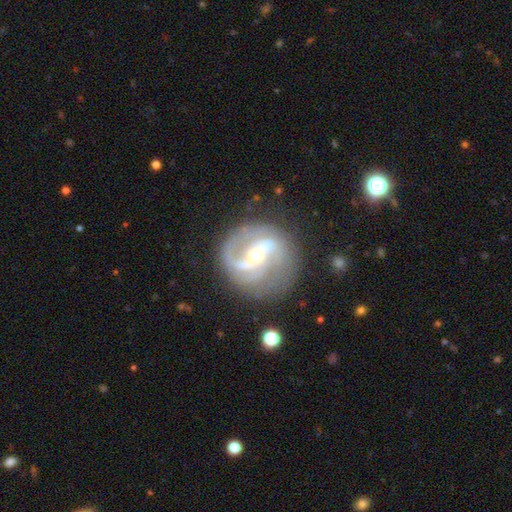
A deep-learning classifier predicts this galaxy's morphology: Smooth or featured: featured or disk — 85% (smooth — 8%)
Edge-on disk: no — 97% (yes — 3%)
Bar: weak — 42% (strong — 33%)
Spiral arms: yes — 94% (no — 6%)
Spiral winding: medium — 49% (tight — 27%)
Spiral arm count: 2 — 77% (can't tell — 8%)
Bulge size: moderate — 66% (small — 27%)
Merging: none — 73% (minor disturbance — 15%)